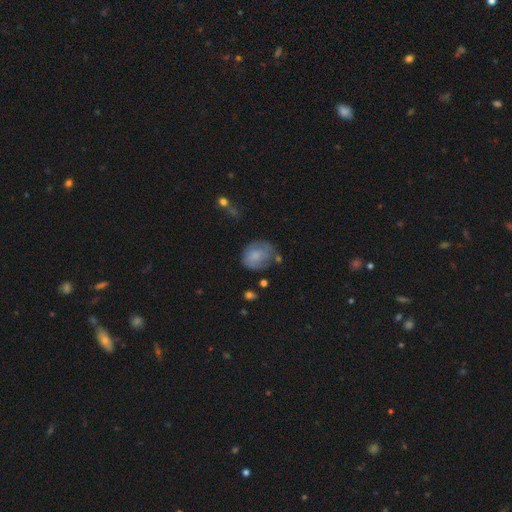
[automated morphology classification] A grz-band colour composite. It shows a smooth galaxy with no disk features (67%) that is round (50%). Merging: none (58%).